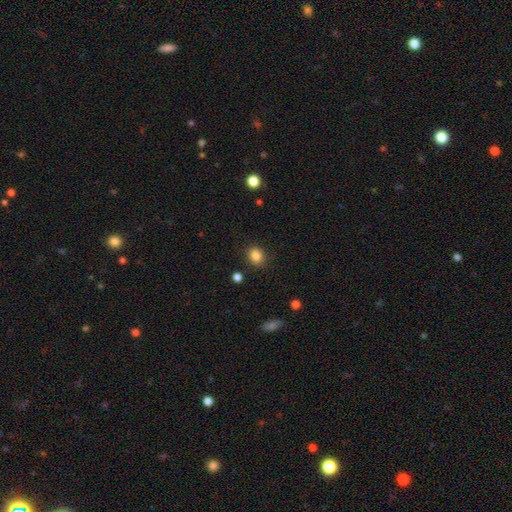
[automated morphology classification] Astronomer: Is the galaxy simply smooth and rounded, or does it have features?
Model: smooth — 85%.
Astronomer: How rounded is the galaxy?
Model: round — 63%.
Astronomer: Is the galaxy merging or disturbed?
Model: none — 87%.